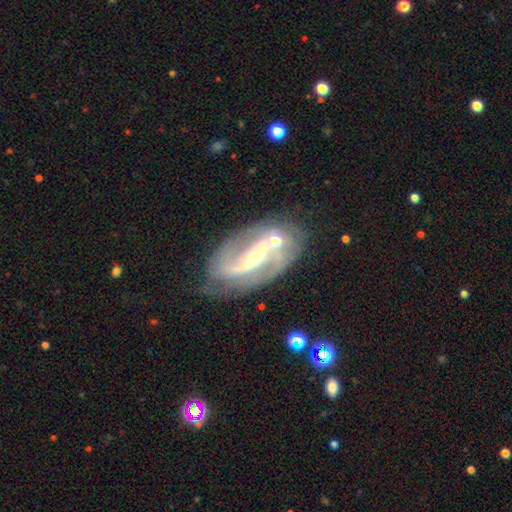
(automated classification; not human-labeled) smooth-or-featured: featured or disk: 85% | smooth: 8% | star or artifact: 7%
  disk-edge-on: no: 95% | yes: 5%
    bar: strong: 51% | weak: 30% | no: 19%
    has-spiral-arms: yes: 92% | no: 8%
      spiral-winding: medium: 41% | loose: 40% | tight: 20%
      spiral-arm-count: 2: 83% | can't tell: 8% | 3: 3% | 1: 3% | 4: 2% | more than 4: 1%
    bulge-size: small: 69% | moderate: 25% | none: 3% | large: 2% | dominant: 1%
  merging: none: 60% | minor disturbance: 20% | major disturbance: 10% | merger: 10%